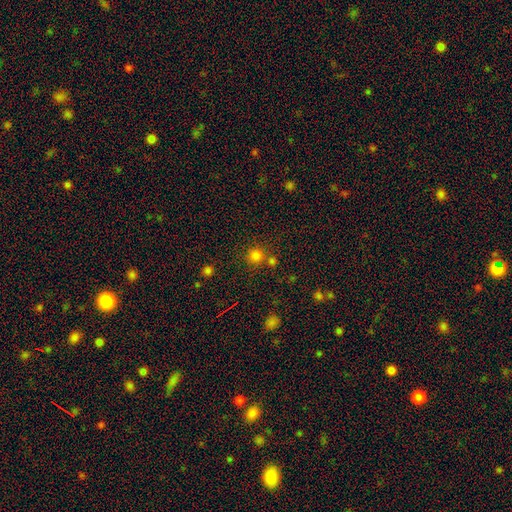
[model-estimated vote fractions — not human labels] Smooth or featured: smooth — 78% (star or artifact — 17%)
How rounded: round — 92% (in between — 7%)
Merging: none — 70% (merger — 19%)